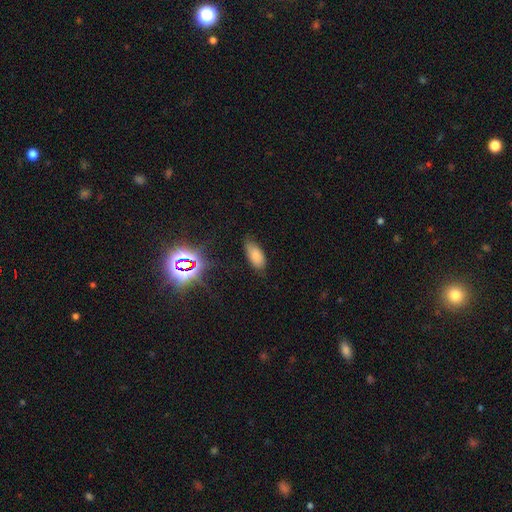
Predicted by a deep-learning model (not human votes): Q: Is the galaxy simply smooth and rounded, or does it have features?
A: smooth — 74%.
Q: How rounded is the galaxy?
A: in between — 91%.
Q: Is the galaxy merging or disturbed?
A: none — 70%.